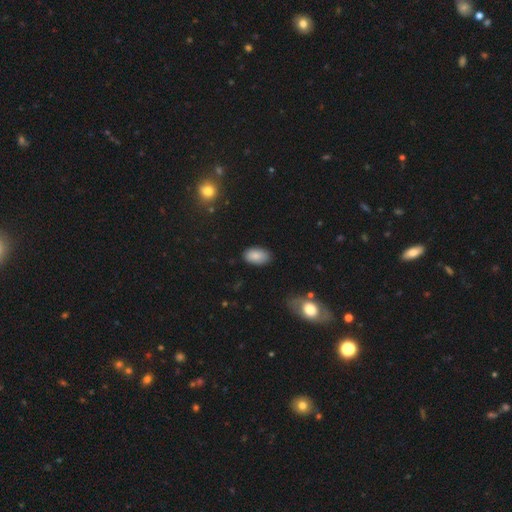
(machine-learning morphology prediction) type=smooth (85%); roundness=in between (94%); merging=none (85%).